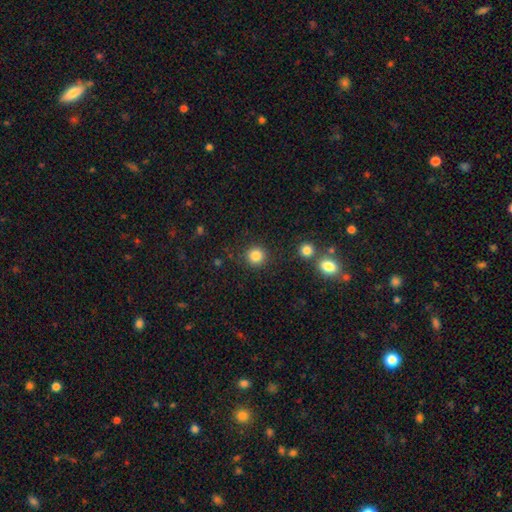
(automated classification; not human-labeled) Q: Smooth or featured?
A: smooth (85%); runner-up: star or artifact (11%)
Q: How rounded?
A: round (94%); runner-up: in between (5%)
Q: Merging?
A: none (89%); runner-up: minor disturbance (6%)